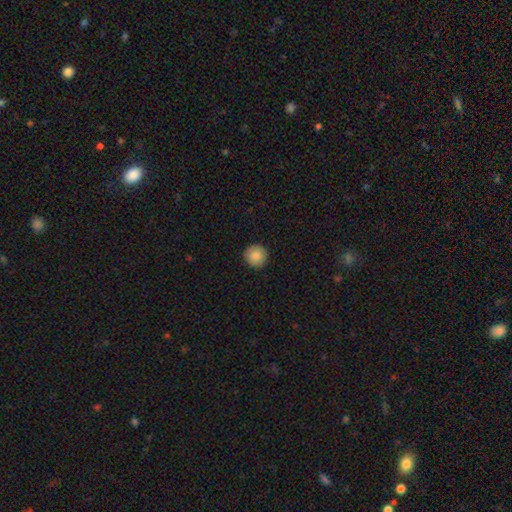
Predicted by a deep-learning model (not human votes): Smooth or featured? Predicted: smooth (p=0.86). How rounded? Predicted: round (p=0.96). Merging? Predicted: none (p=0.91).